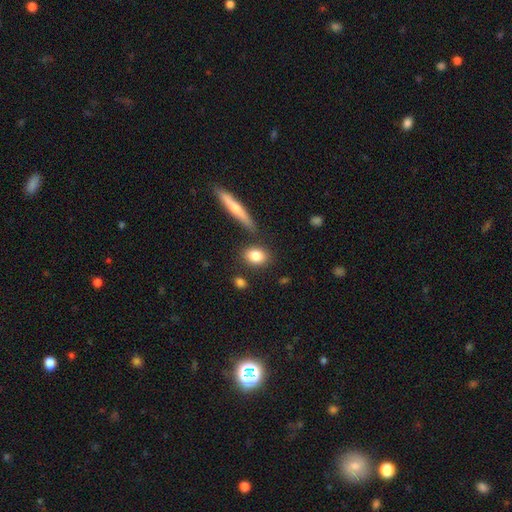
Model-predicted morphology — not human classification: Smooth or featured? smooth (82%)
How rounded? in between (65%)
Merging? none (80%)